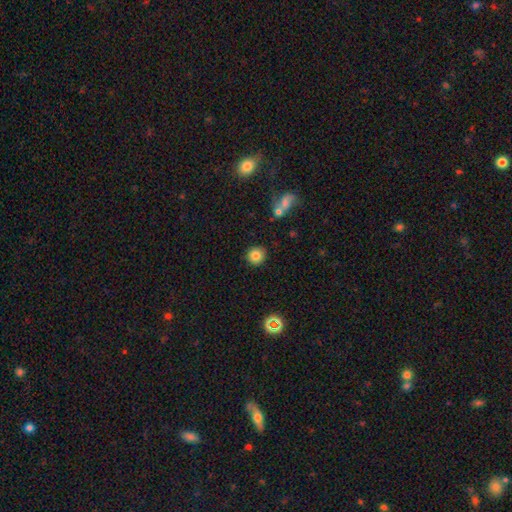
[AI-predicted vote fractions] smooth-or-featured: smooth: 82% | star or artifact: 11% | featured or disk: 7%
  how-rounded: round: 93% | in between: 6% | cigar-shaped: 1%
  merging: none: 88% | minor disturbance: 7% | merger: 3% | major disturbance: 2%